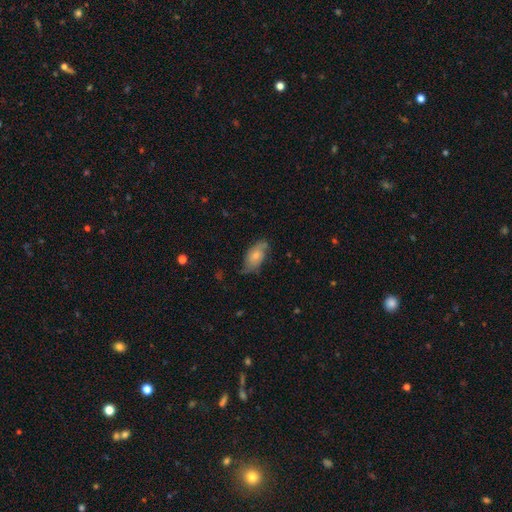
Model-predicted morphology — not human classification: This appears to be a smooth galaxy with no disk features (47%). Merging: none (61%).